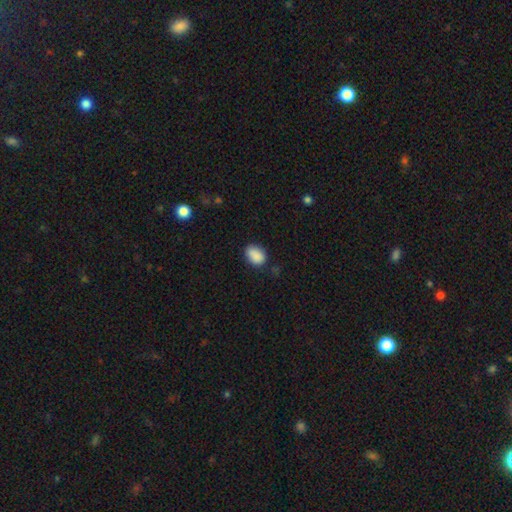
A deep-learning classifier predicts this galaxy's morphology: Overall: smooth (89%). How rounded: in between (79%). Merging: none (78%).